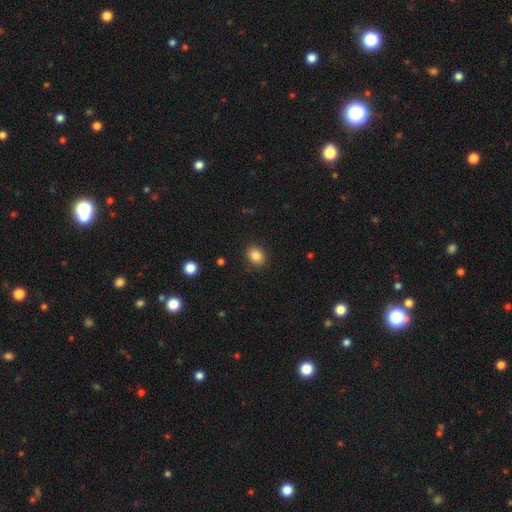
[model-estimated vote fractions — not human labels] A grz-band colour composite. It shows a smooth galaxy with no disk features (84%) that is in between round and cigar-shaped (52%). Merging: none (89%).